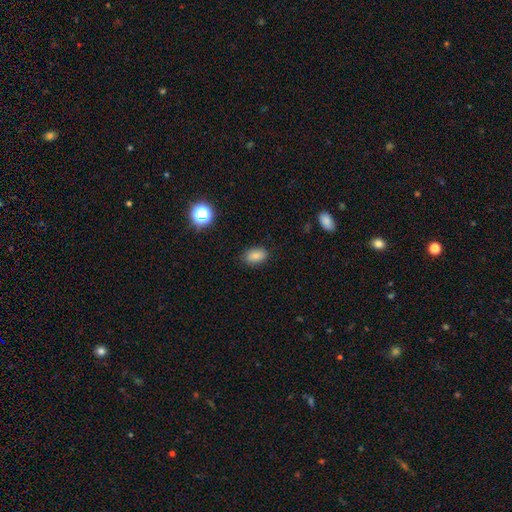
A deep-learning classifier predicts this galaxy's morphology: type=smooth (82%); roundness=in between (88%); merging=none (83%).